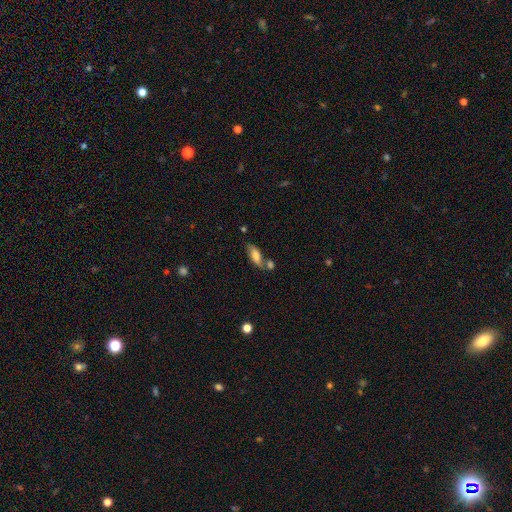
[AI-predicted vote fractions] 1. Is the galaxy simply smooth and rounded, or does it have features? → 68% smooth, 24% featured or disk, 8% star or artifact.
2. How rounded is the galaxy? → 72% in between, 25% cigar-shaped, 3% round.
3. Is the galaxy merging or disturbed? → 58% none, 20% merger, 16% minor disturbance, 5% major disturbance.